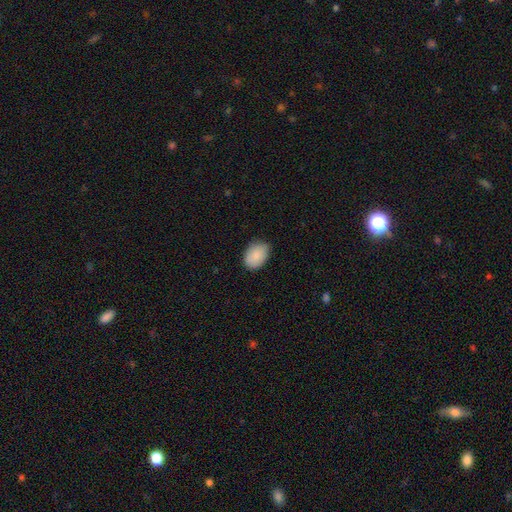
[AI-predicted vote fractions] The model was most divided on "how rounded": in between: 79%, round: 20%, cigar-shaped: 1%. More confident: smooth or featured — smooth (86%); merging — none (82%).